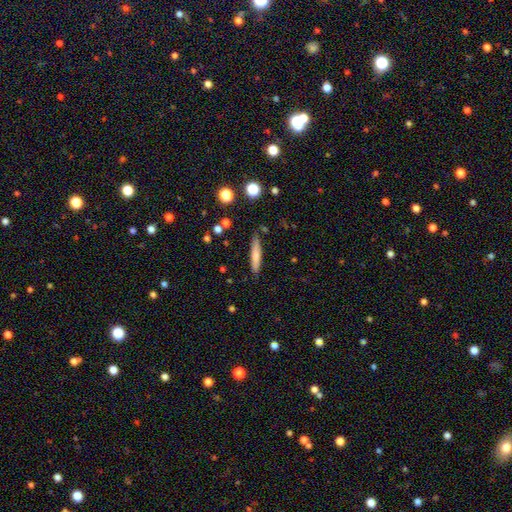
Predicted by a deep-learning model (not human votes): Q: Smooth or featured?
A: smooth (74%); runner-up: featured or disk (19%)
Q: How rounded?
A: cigar-shaped (90%); runner-up: in between (9%)
Q: Merging?
A: none (83%); runner-up: minor disturbance (12%)